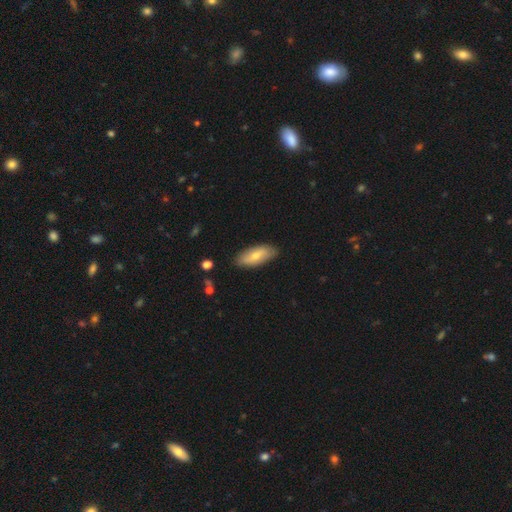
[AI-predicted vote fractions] A smooth galaxy with no disk features (65%) that is in between round and cigar-shaped (84%). Merging: none (84%).